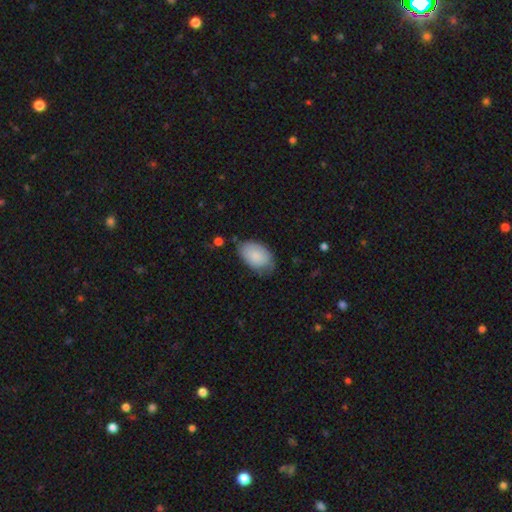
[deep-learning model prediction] This is clearly a smooth galaxy (85%). How rounded: clearly in between (92%). Merging: likely none (65%).